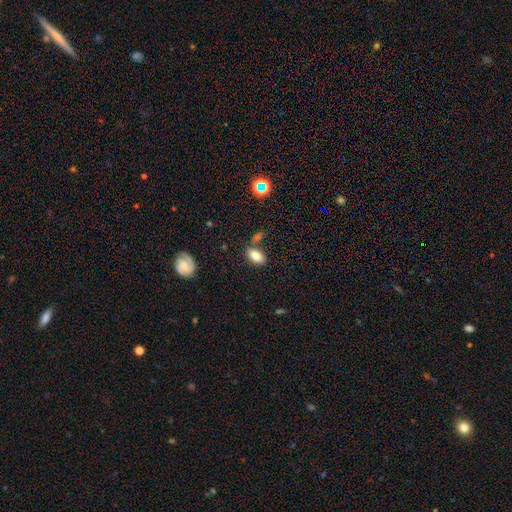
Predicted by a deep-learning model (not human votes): Smooth or featured: smooth — 80% (featured or disk — 11%)
How rounded: in between — 90% (round — 5%)
Merging: none — 66% (merger — 16%)